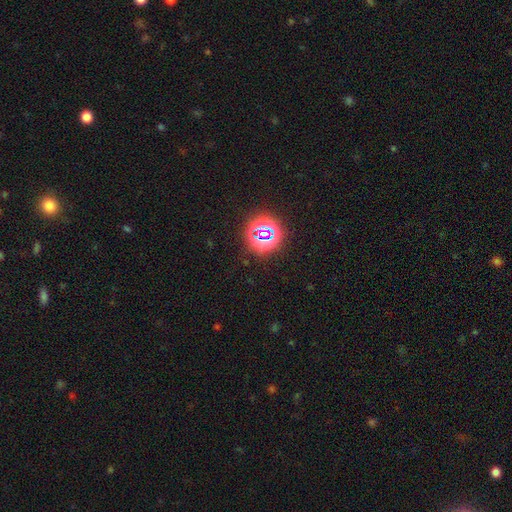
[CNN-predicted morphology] Smooth or featured?
  - star or artifact: 76% *
  - smooth: 18%
  - featured or disk: 6%